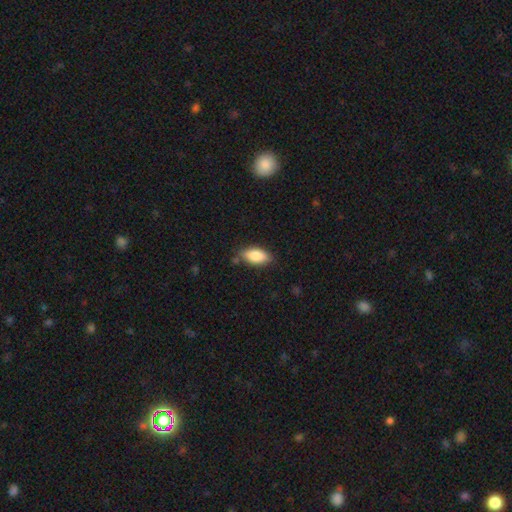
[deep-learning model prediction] Smooth or featured? Predicted: smooth (p=0.85). How rounded? Predicted: in between (p=0.87). Merging? Predicted: none (p=0.77).